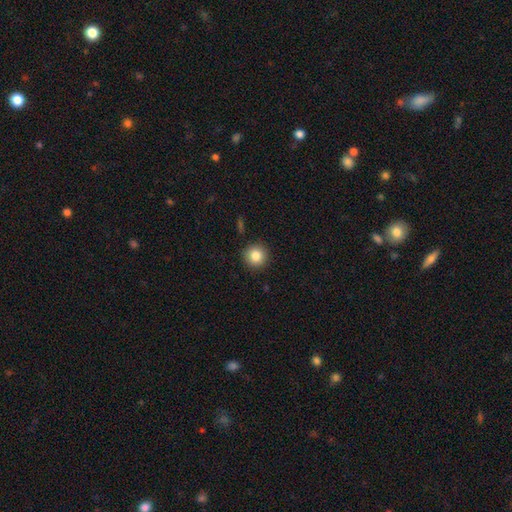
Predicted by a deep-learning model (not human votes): This is clearly a smooth galaxy (84%). How rounded: clearly round (95%). Merging: clearly none (91%).